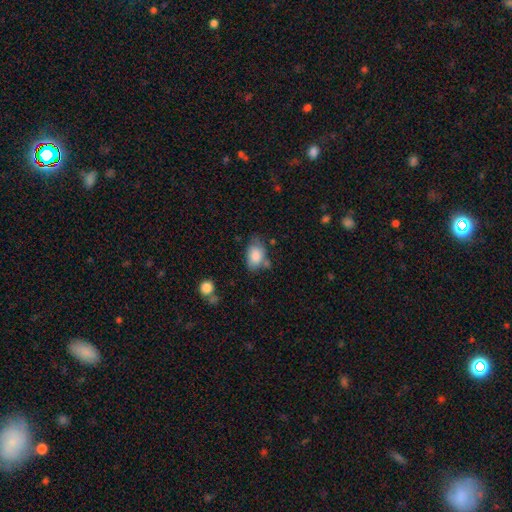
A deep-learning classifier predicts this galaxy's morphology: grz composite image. It shows a smooth galaxy with no disk features (83%) that is in between round and cigar-shaped (87%). Merging: none (54%).